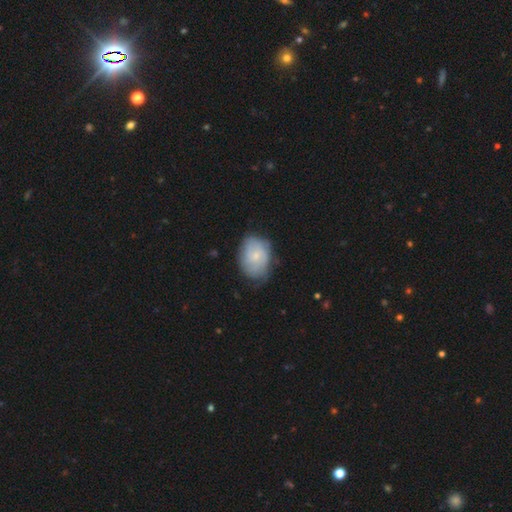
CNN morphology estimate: This is possibly a smooth galaxy (58%). How rounded: likely in between (69%). Merging: likely none (62%).